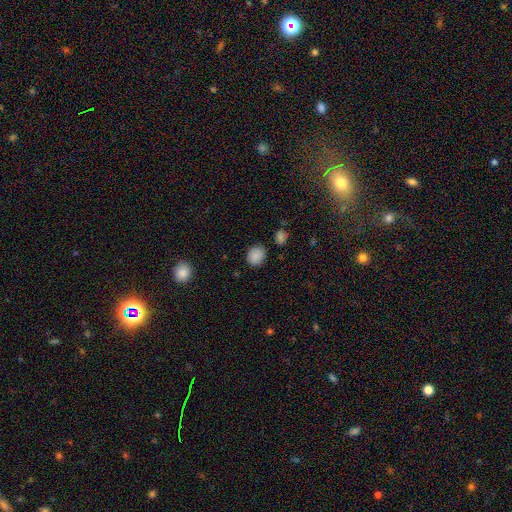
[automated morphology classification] A smooth galaxy with no disk features (87%) that is round (70%).

Vote fractions:
- Smooth or featured? smooth: 87% / star or artifact: 10% / featured or disk: 4%
- How rounded? round: 70% / in between: 29% / cigar-shaped: 1%
- Merging? none: 84% / minor disturbance: 11% / major disturbance: 3% / merger: 2%